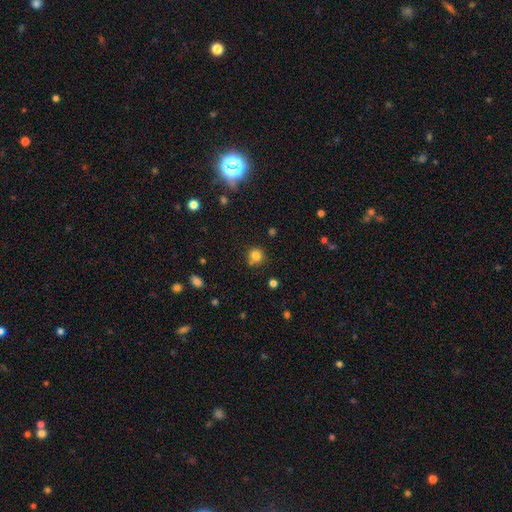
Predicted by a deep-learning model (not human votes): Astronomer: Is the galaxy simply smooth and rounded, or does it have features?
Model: smooth — 80%.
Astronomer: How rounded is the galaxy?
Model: round — 90%.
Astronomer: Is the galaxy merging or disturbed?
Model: none — 74%.